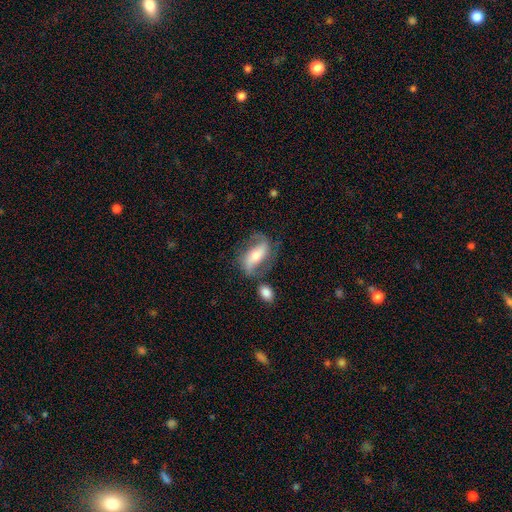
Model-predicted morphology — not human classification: A featured or disk galaxy (69%) with a strong bar (47%), 2 (88%) loose (49%) spiral arms (88%) and a moderate central bulge (57%). Merging: none (62%).